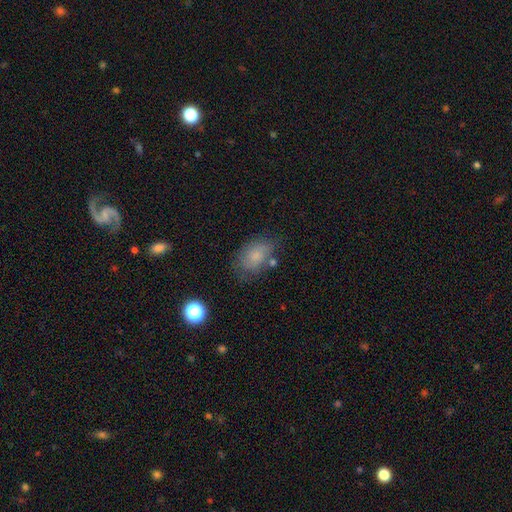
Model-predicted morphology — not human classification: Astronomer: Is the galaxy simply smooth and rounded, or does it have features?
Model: smooth — 73%.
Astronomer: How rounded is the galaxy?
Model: in between — 83%.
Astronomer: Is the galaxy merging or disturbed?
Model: none — 63%.